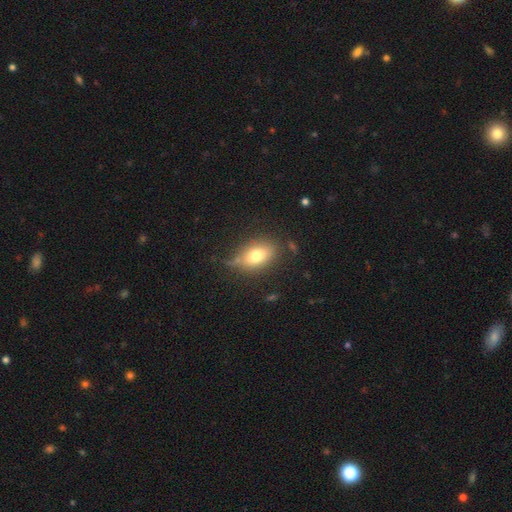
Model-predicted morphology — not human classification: A smooth galaxy with no disk features (74%) that is in between round and cigar-shaped (83%).

Vote fractions:
- Smooth or featured? smooth: 74% / featured or disk: 17% / star or artifact: 9%
- How rounded? in between: 83% / round: 13% / cigar-shaped: 3%
- Merging? none: 70% / minor disturbance: 19% / major disturbance: 6% / merger: 4%